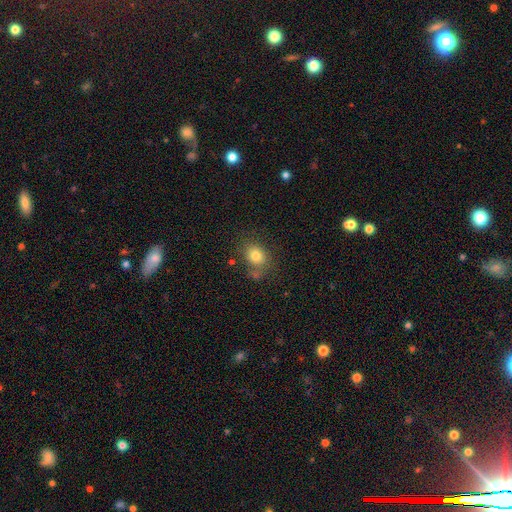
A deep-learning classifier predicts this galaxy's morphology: Smooth or featured?
  - smooth: 80% *
  - star or artifact: 11%
  - featured or disk: 9%
How rounded?
  - round: 51% *
  - in between: 48%
  - cigar-shaped: 1%
Merging?
  - none: 67% *
  - minor disturbance: 17%
  - merger: 9%
  - major disturbance: 6%